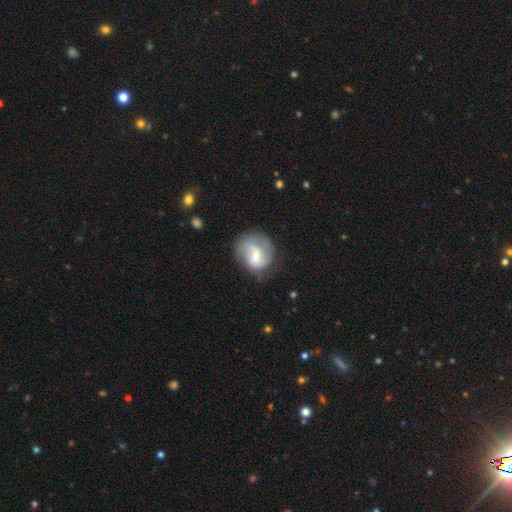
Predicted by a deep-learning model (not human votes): Smooth or featured? featured or disk (51%)
Edge-on disk? no (97%)
Merging? none (51%)